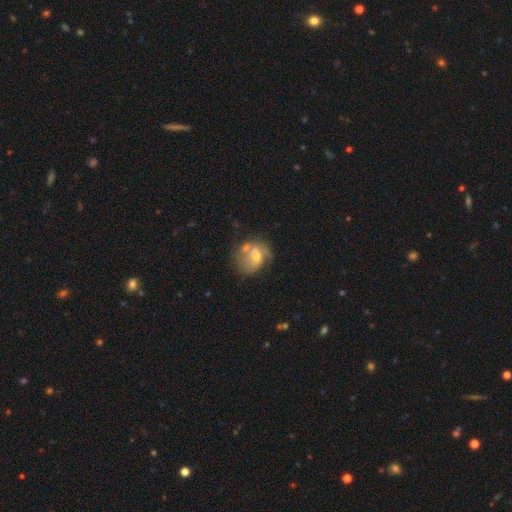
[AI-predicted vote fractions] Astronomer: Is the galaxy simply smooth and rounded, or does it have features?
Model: featured or disk — 56% (runner-up: smooth, 36%).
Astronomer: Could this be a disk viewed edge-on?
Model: no — 98%.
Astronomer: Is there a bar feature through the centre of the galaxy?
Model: no — 67%.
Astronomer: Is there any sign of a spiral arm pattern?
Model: yes — 65%.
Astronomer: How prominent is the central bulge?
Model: moderate — 46% (runner-up: small, 44%).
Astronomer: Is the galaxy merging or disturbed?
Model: none — 33% (runner-up: merger, 25%).